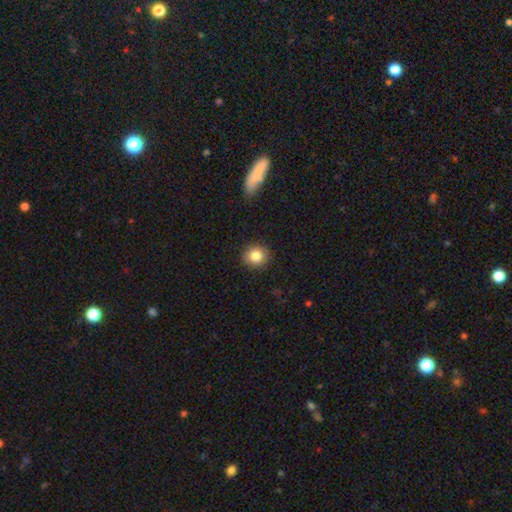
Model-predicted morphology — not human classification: Q: Smooth or featured?
A: smooth (84%); runner-up: star or artifact (10%)
Q: How rounded?
A: round (87%); runner-up: in between (12%)
Q: Merging?
A: none (89%); runner-up: minor disturbance (7%)